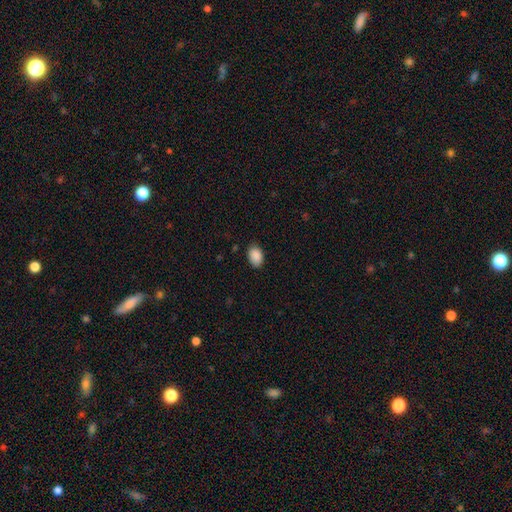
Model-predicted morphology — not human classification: A smooth galaxy with no disk features (90%) that is in between round and cigar-shaped (86%). Merging: none (82%).